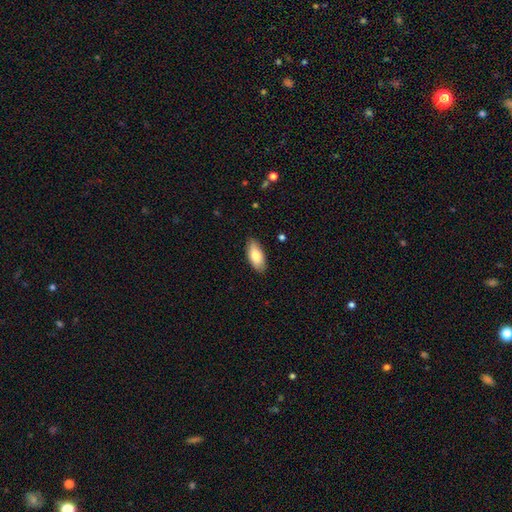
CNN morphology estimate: The model was most divided on "smooth or featured": smooth: 83%, featured or disk: 11%, star or artifact: 6%. More confident: how rounded — in between (88%); merging — none (85%).